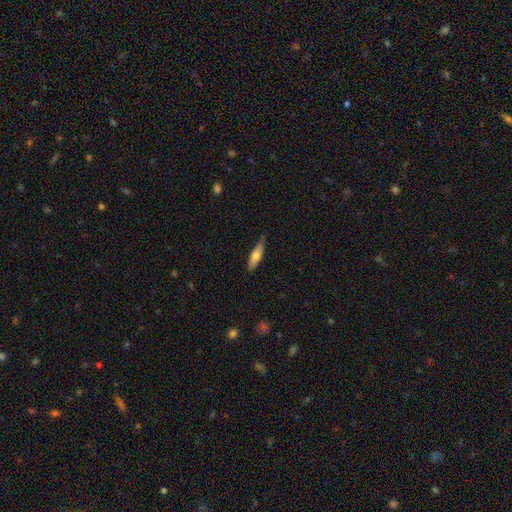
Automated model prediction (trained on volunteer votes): This appears to be a smooth galaxy with no disk features (64%) that is cigar-shaped (62%). Merging: none (72%).